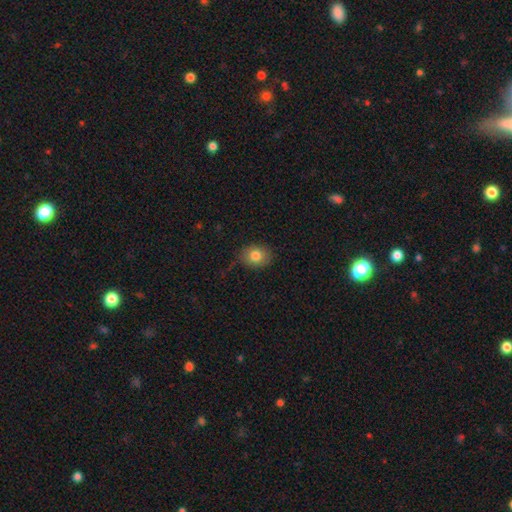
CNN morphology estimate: This is clearly a smooth galaxy (81%). How rounded: possibly round (56%). Merging: likely none (80%).